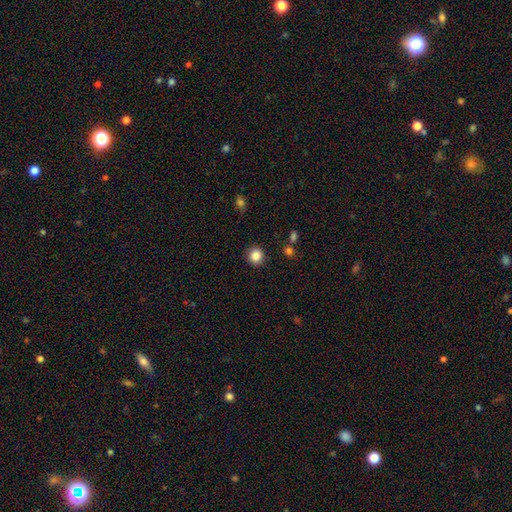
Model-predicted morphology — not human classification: This appears to be a smooth galaxy with no disk features (85%) that is round (91%). Merging: none (90%).